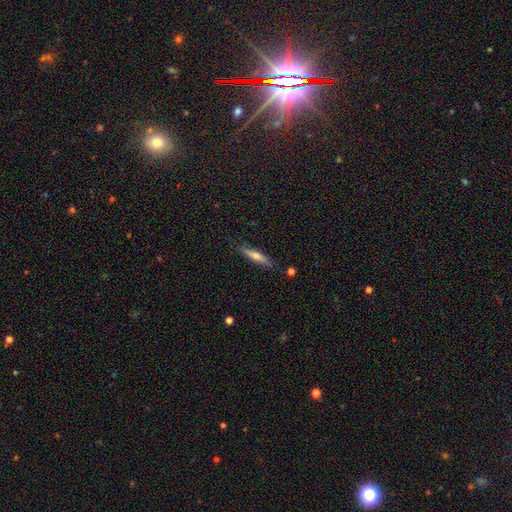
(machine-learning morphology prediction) Smooth or featured: smooth — 49% (featured or disk — 43%)
Merging: none — 84% (minor disturbance — 12%)